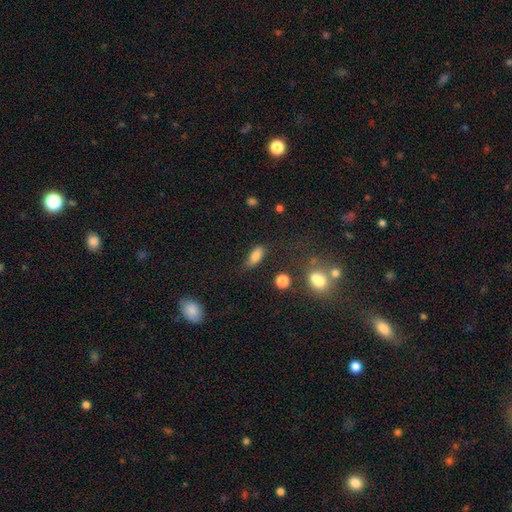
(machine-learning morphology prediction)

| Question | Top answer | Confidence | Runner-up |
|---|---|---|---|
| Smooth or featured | smooth | 82% | star or artifact (10%) |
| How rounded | in between | 77% | cigar-shaped (18%) |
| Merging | none | 68% | minor disturbance (22%) |